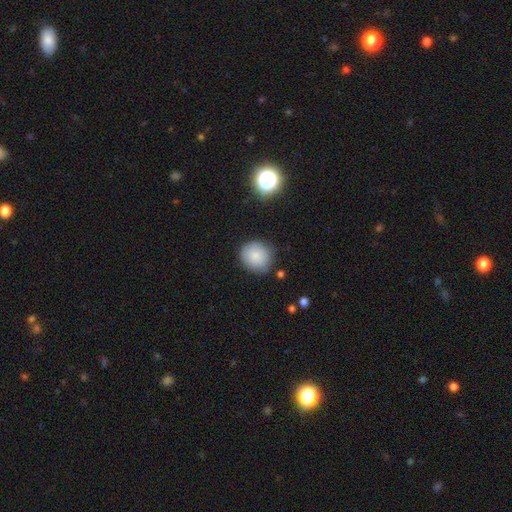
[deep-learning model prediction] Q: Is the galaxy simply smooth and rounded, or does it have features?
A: smooth — 83%.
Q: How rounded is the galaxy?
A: round — 88%.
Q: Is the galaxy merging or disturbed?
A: none — 80%.